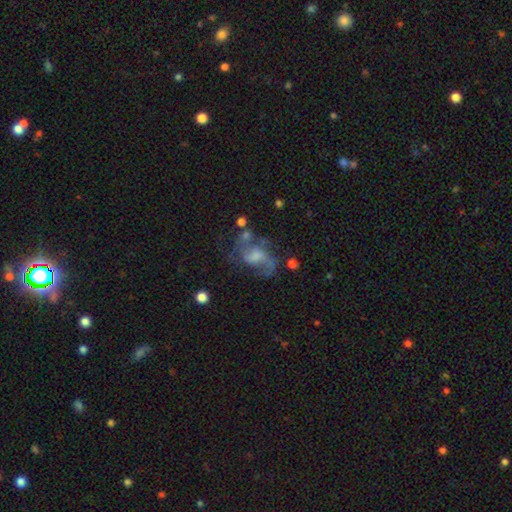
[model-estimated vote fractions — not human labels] Smooth or featured?
  - featured or disk: 69% *
  - smooth: 19%
  - star or artifact: 13%
Edge-on disk?
  - no: 97% *
  - yes: 3%
Bar?
  - no: 47% *
  - weak: 43%
  - strong: 10%
Spiral arms?
  - yes: 81% *
  - no: 19%
Spiral winding?
  - loose: 51% *
  - medium: 39%
  - tight: 10%
Spiral arm count?
  - 2: 66% *
  - can't tell: 14%
  - 1: 9%
  - 3: 6%
  - 4: 2%
  - more than 4: 2%
Bulge size?
  - moderate: 32% *
  - small: 27%
  - none: 27%
  - large: 12%
  - dominant: 2%
Merging?
  - none: 45% *
  - major disturbance: 27%
  - minor disturbance: 19%
  - merger: 8%